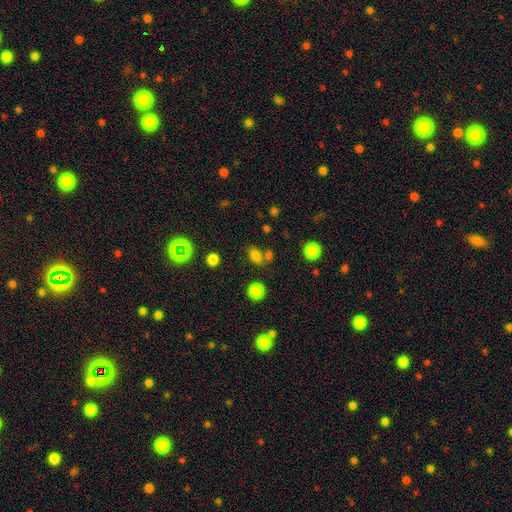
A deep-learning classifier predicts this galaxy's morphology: Overall: smooth (77%). How rounded: in between (71%). Merging: none (64%).